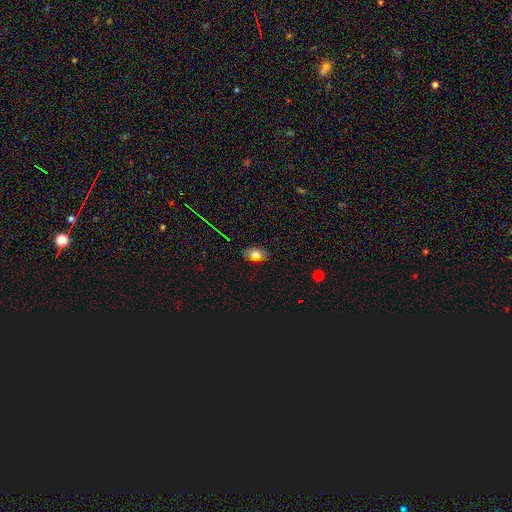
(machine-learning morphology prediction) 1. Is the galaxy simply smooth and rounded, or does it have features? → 76% smooth, 12% featured or disk, 12% star or artifact.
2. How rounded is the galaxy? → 88% in between, 10% round, 2% cigar-shaped.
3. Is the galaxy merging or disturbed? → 86% none, 11% minor disturbance, 2% major disturbance, 1% merger.